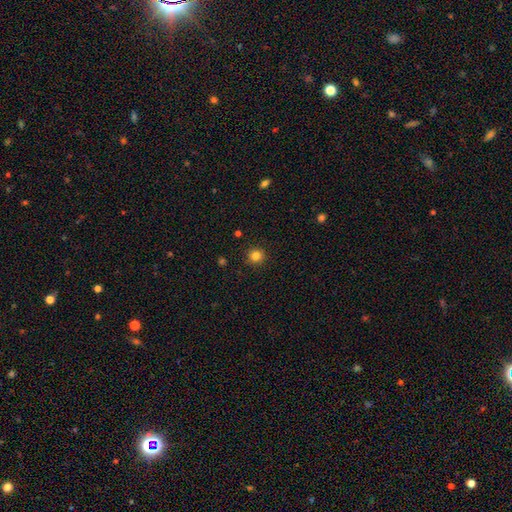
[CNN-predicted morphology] smooth-or-featured: smooth: 83% | star or artifact: 12% | featured or disk: 5%
  how-rounded: round: 94% | in between: 5% | cigar-shaped: 1%
  merging: none: 91% | minor disturbance: 6% | major disturbance: 2% | merger: 1%